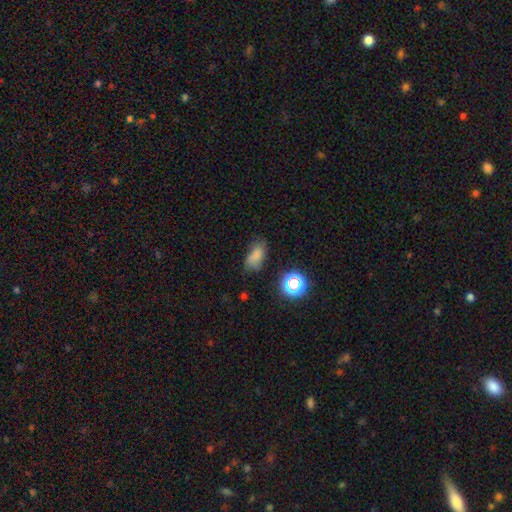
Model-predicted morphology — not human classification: smooth-or-featured: smooth: 72% | star or artifact: 17% | featured or disk: 11%
  how-rounded: in between: 87% | round: 9% | cigar-shaped: 5%
  merging: none: 59% | minor disturbance: 27% | major disturbance: 10% | merger: 4%